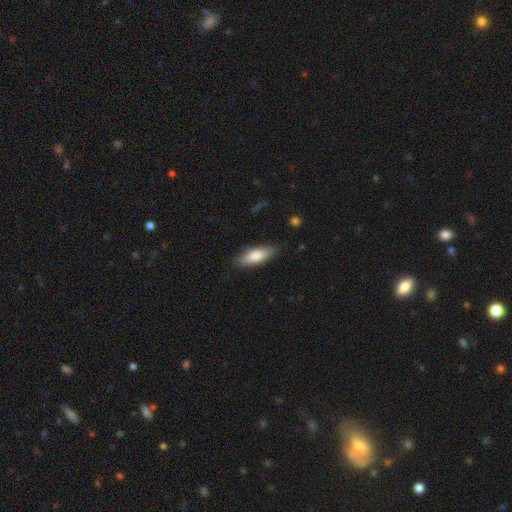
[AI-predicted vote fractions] smooth-or-featured: smooth: 78% | featured or disk: 16% | star or artifact: 6%
  how-rounded: in between: 62% | cigar-shaped: 36% | round: 2%
  merging: none: 83% | minor disturbance: 13% | major disturbance: 3% | merger: 1%